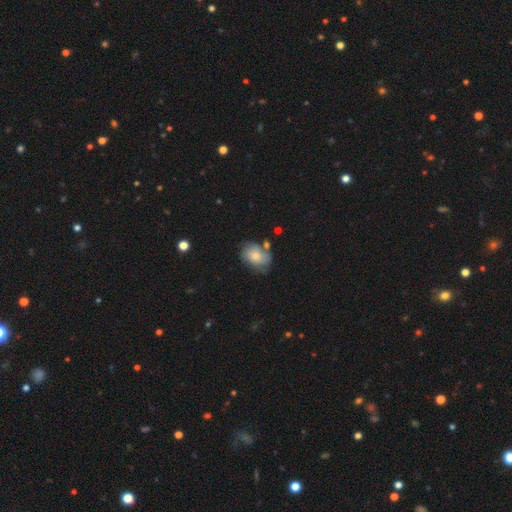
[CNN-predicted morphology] Smooth or featured?
  - smooth: 66% *
  - featured or disk: 27%
  - star or artifact: 8%
How rounded?
  - in between: 71% *
  - round: 28%
  - cigar-shaped: 1%
Merging?
  - none: 54% *
  - minor disturbance: 28%
  - major disturbance: 9%
  - merger: 8%